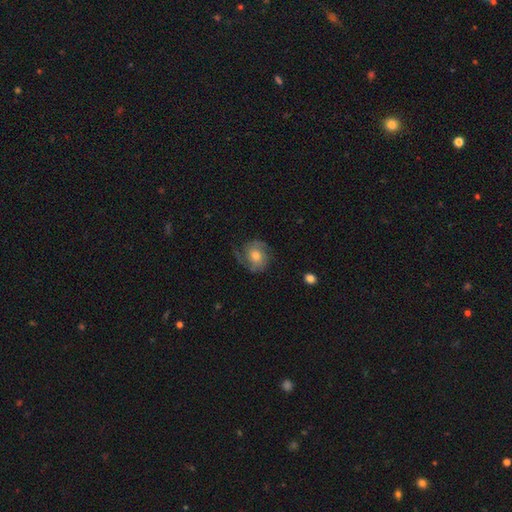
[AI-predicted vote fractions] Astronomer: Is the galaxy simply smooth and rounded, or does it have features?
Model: featured or disk — 64%.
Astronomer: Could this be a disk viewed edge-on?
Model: no — 97%.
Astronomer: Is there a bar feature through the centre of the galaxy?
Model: no — 73%.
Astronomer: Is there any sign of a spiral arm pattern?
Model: yes — 91%.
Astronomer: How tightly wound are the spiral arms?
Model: medium — 42% (runner-up: tight, 37%).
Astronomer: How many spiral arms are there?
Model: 2 — 69%.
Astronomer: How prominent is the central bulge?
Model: moderate — 64%.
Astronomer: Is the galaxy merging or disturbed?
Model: none — 67%.